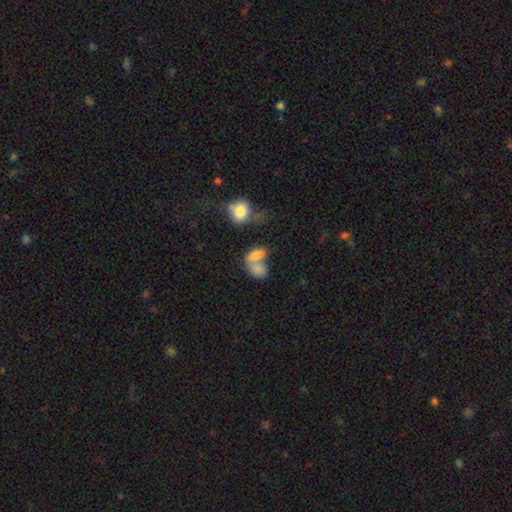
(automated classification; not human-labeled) A smooth galaxy with no disk features (76%) that is in between round and cigar-shaped (78%). Merging: merger (63%).